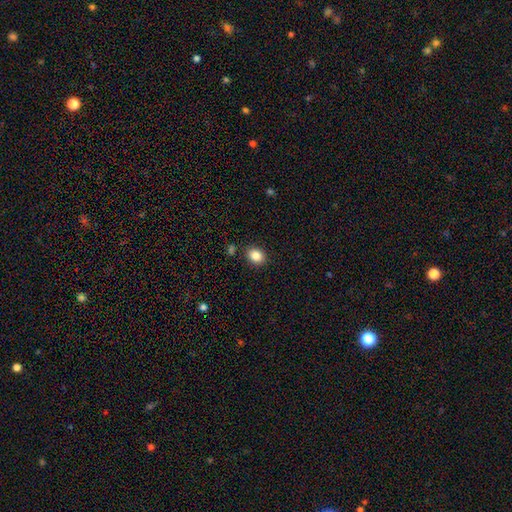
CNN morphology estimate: A smooth galaxy with no disk features (86%) that is round (53%).

Vote fractions:
- Smooth or featured? smooth: 86% / star or artifact: 10% / featured or disk: 5%
- How rounded? round: 53% / in between: 46% / cigar-shaped: 1%
- Merging? none: 87% / minor disturbance: 8% / merger: 3% / major disturbance: 2%